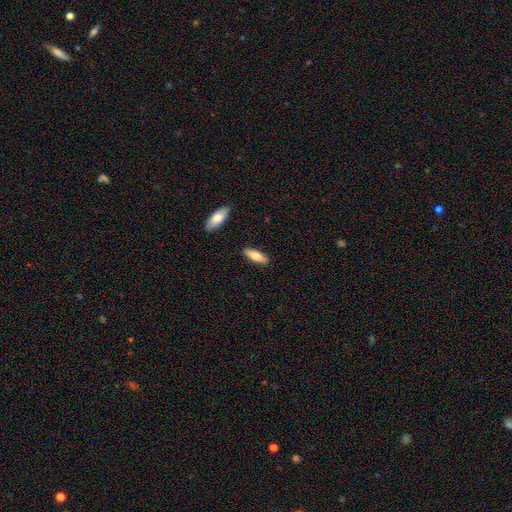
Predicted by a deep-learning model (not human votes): Smooth or featured? Predicted: smooth (p=0.74). How rounded? Predicted: in between (p=0.58). Merging? Predicted: none (p=0.88).